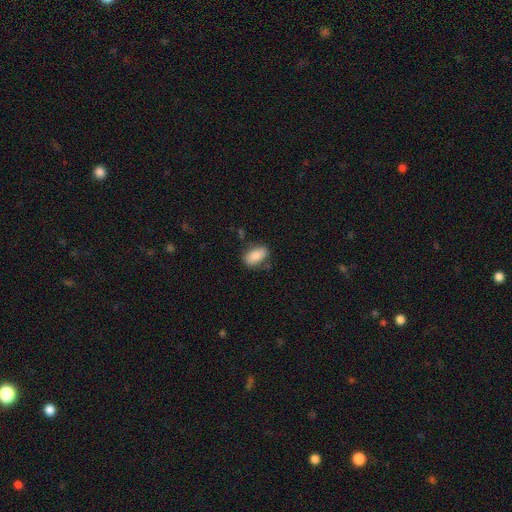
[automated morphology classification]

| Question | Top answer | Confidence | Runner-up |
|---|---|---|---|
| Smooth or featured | smooth | 82% | featured or disk (11%) |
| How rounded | in between | 91% | round (6%) |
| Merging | none | 75% | minor disturbance (18%) |